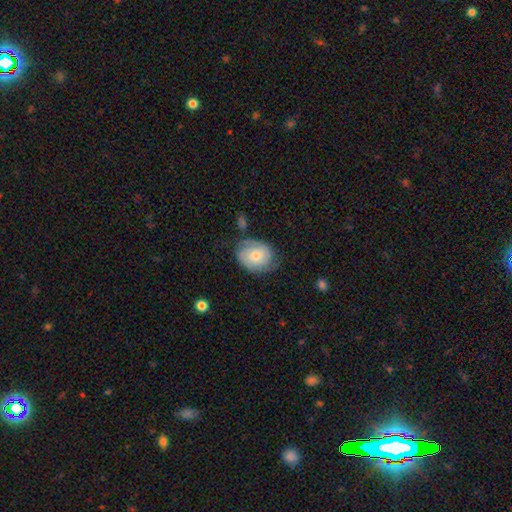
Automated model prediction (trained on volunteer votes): Smooth or featured: featured or disk — 48% (smooth — 45%)
Merging: none — 58% (minor disturbance — 27%)